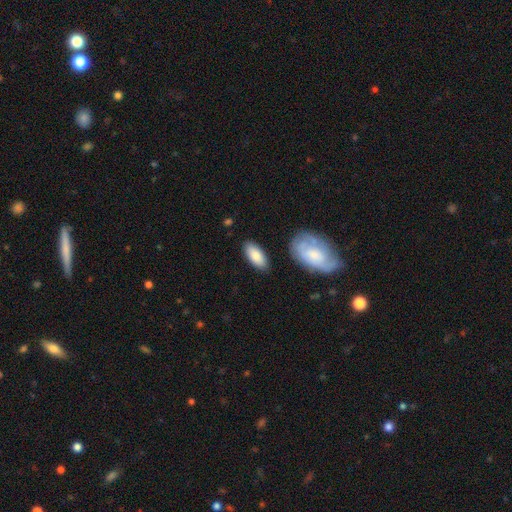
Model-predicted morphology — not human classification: A smooth galaxy with no disk features (84%) that is in between round and cigar-shaped (88%).

Vote fractions:
- Smooth or featured? smooth: 84% / featured or disk: 11% / star or artifact: 6%
- How rounded? in between: 88% / cigar-shaped: 10% / round: 2%
- Merging? none: 83% / minor disturbance: 11% / merger: 3% / major disturbance: 3%